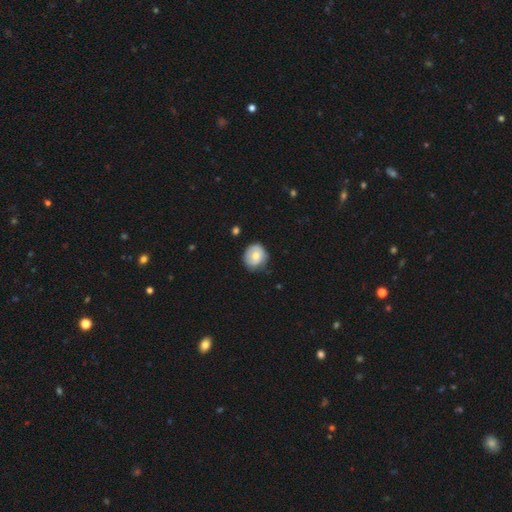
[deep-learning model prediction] The model was most divided on "smooth or featured": smooth: 63%, featured or disk: 30%, star or artifact: 7%. More confident: how rounded — round (82%); merging — none (65%).